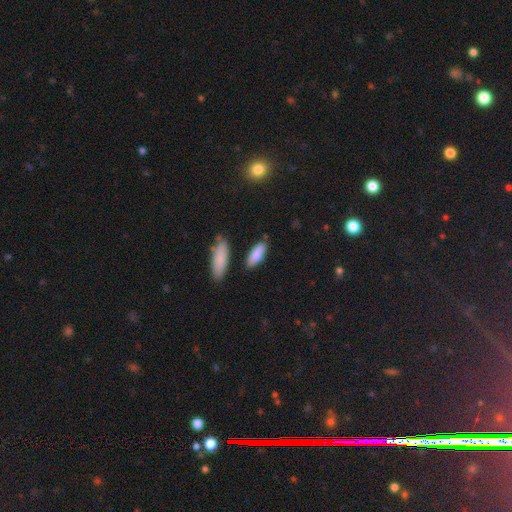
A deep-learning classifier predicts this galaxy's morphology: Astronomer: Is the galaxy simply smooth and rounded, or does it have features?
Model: smooth — 85%.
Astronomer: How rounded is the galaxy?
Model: in between — 66%.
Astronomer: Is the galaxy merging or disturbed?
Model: none — 78%.